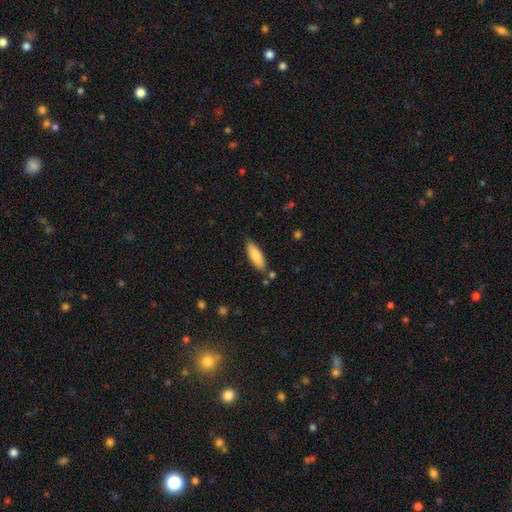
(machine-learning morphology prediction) Smooth or featured? Predicted: smooth (p=0.82). How rounded? Predicted: in between (p=0.55). Merging? Predicted: none (p=0.82).